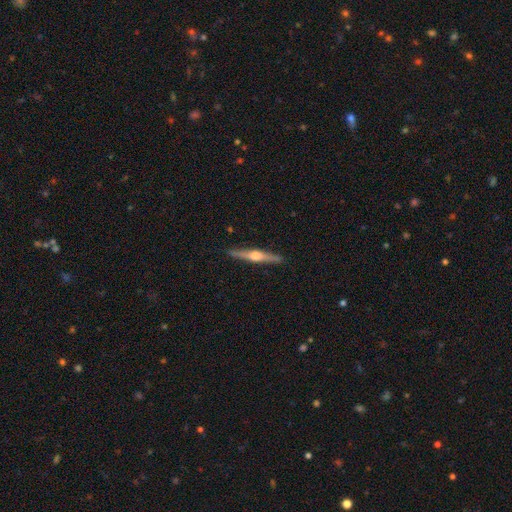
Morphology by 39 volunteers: type=featured or disk (82%); edge-on=yes (97%); edge-on bulge=rounded (100%); merging=none (95%).